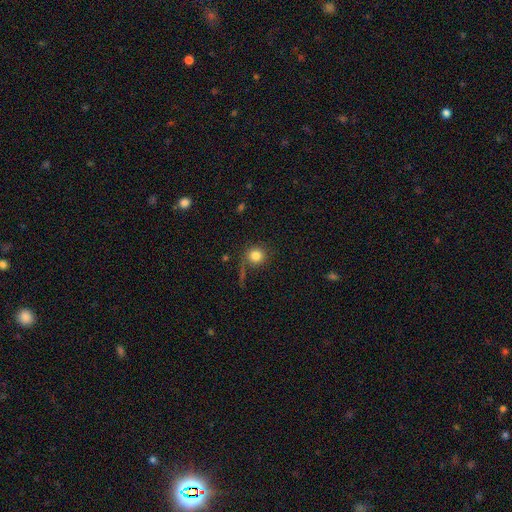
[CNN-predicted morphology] Smooth or featured?
  - smooth: 82% *
  - star or artifact: 10%
  - featured or disk: 8%
How rounded?
  - round: 90% *
  - in between: 8%
  - cigar-shaped: 1%
Merging?
  - none: 68% *
  - minor disturbance: 13%
  - major disturbance: 11%
  - merger: 7%